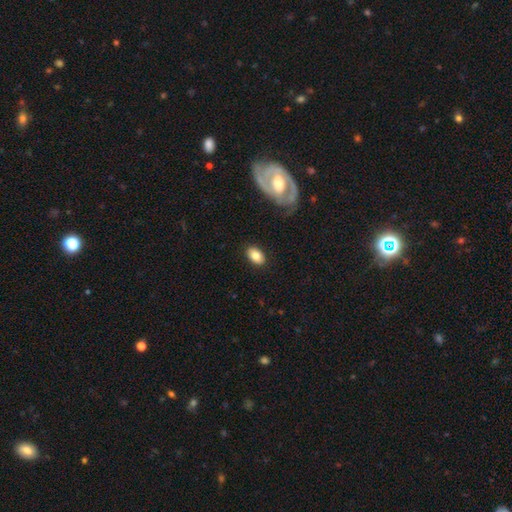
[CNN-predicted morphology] This is clearly a smooth galaxy (80%). How rounded: clearly in between (88%). Merging: clearly none (86%).